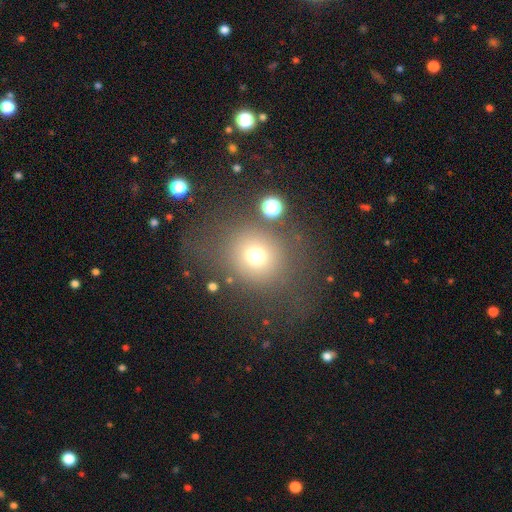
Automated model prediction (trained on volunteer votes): smooth_or_featured: smooth (p=0.71) [alt: star or artifact p=0.18]
how_rounded: round (p=0.84) [alt: in between p=0.15]
merging: none (p=0.73) [alt: minor disturbance p=0.11]